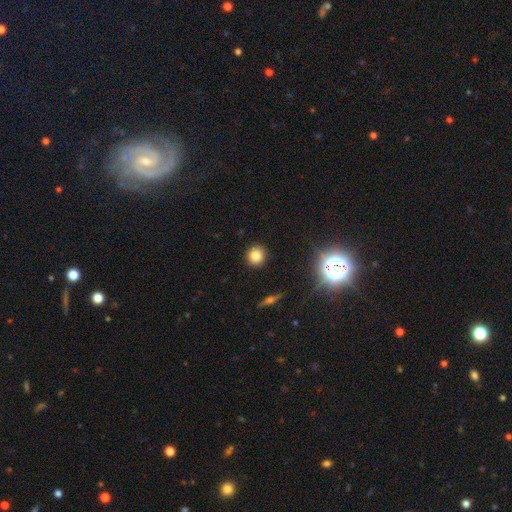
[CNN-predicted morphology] Smooth or featured: smooth — 79% (star or artifact — 14%)
How rounded: round — 92% (in between — 7%)
Merging: none — 91% (minor disturbance — 6%)